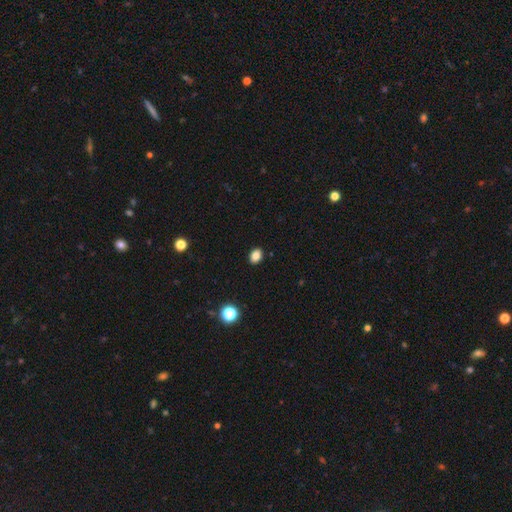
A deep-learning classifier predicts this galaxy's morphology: This is clearly a smooth galaxy (84%). How rounded: likely in between (69%). Merging: clearly none (90%).